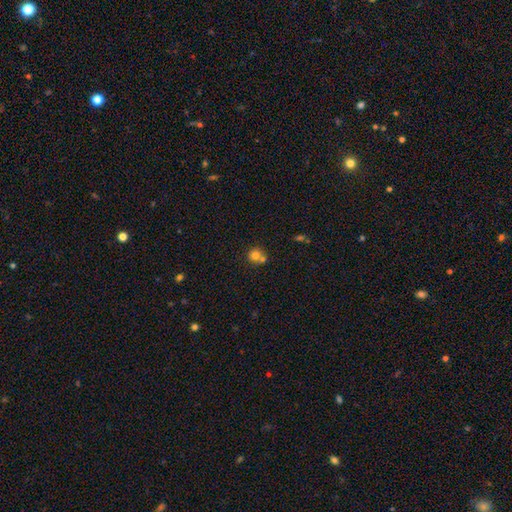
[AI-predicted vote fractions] Q: Smooth or featured?
A: smooth (76%); runner-up: featured or disk (12%)
Q: How rounded?
A: round (87%); runner-up: in between (12%)
Q: Merging?
A: none (47%); runner-up: merger (41%)